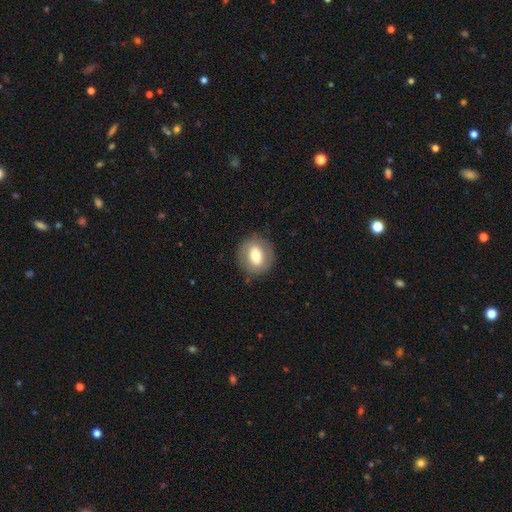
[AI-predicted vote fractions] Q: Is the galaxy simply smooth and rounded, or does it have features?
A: smooth — 62%.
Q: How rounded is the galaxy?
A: round — 67%.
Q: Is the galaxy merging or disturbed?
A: none — 84%.